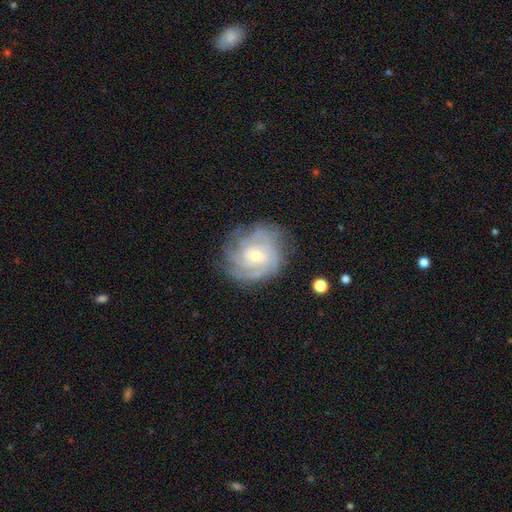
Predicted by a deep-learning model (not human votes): smooth-or-featured: featured or disk: 85% | smooth: 9% | star or artifact: 6%
  disk-edge-on: no: 97% | yes: 3%
    bar: weak: 45% (tied) | no: 45% (tied) | strong: 10%
    has-spiral-arms: yes: 96% | no: 4%
      spiral-winding: tight: 71% | medium: 25% | loose: 5%
      spiral-arm-count: can't tell: 32% | 4: 22% | 3: 21% | 2: 12% | more than 4: 7% | 1: 6%
    bulge-size: small: 56% | moderate: 41% | large: 2% | none: 1% | dominant: 1%
  merging: none: 76% | minor disturbance: 16% | major disturbance: 6% | merger: 1%